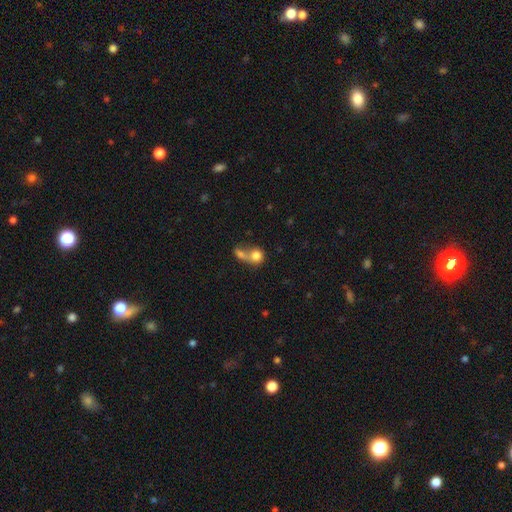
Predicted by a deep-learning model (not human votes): A smooth galaxy with no disk features (75%) that is round (70%).

Vote fractions:
- Smooth or featured? smooth: 75% / featured or disk: 16% / star or artifact: 9%
- How rounded? round: 70% / in between: 28% / cigar-shaped: 2%
- Merging? merger: 69% / none: 17% / major disturbance: 8% / minor disturbance: 6%